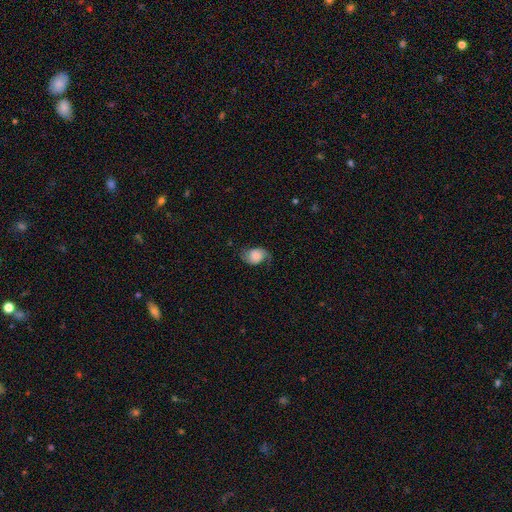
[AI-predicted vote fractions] A featured or disk galaxy (49%). Merging: none (64%).